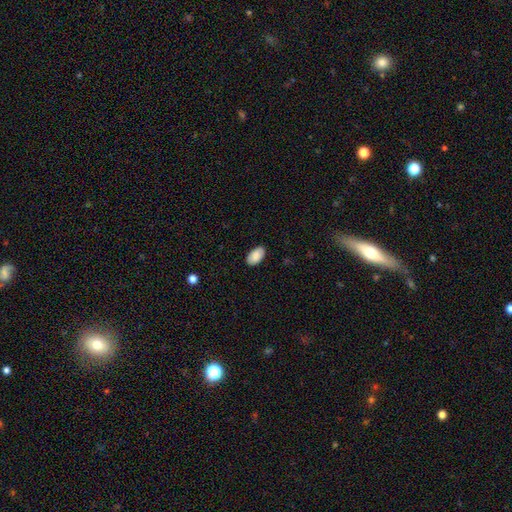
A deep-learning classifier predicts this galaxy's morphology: Q: Smooth or featured?
A: smooth (87%); runner-up: featured or disk (7%)
Q: How rounded?
A: in between (95%); runner-up: round (3%)
Q: Merging?
A: none (86%); runner-up: minor disturbance (10%)